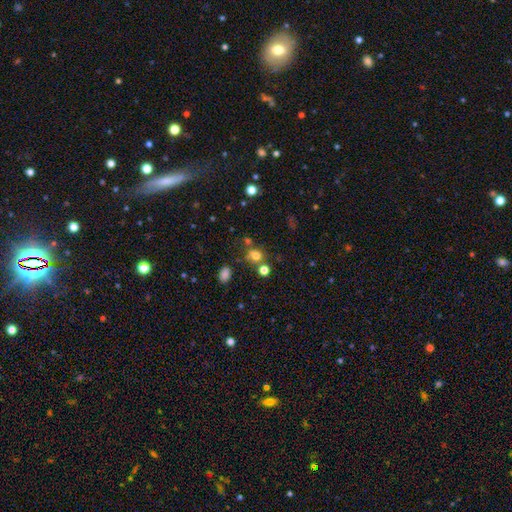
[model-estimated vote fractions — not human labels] Morphology: type=smooth (69%); roundness=round (69%); merging=none (54%).